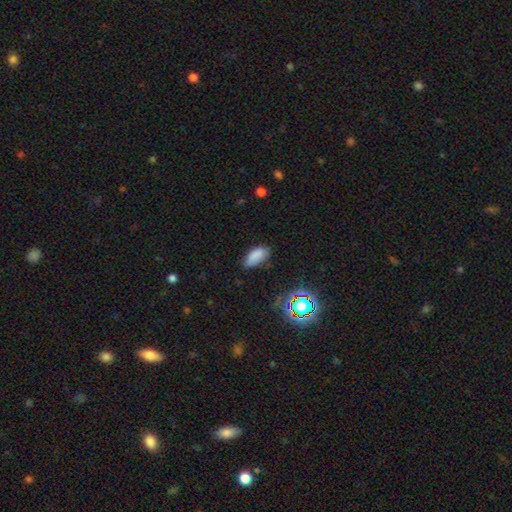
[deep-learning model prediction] smooth_or_featured: smooth (p=0.82) [alt: star or artifact p=0.12]
how_rounded: in between (p=0.91) [alt: cigar-shaped p=0.06]
merging: none (p=0.73) [alt: minor disturbance p=0.21]